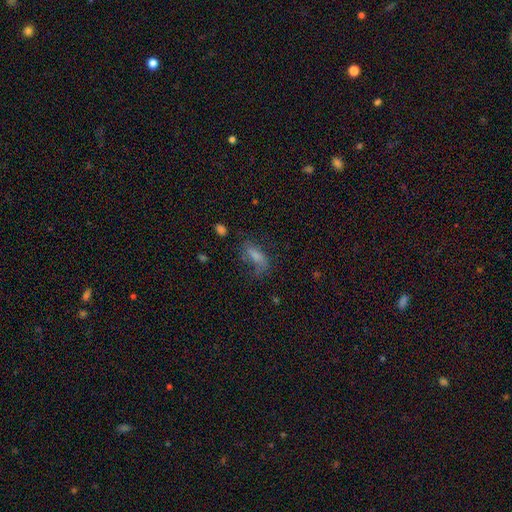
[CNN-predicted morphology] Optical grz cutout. It shows a smooth galaxy with no disk features (50%) that is in between round and cigar-shaped (66%). Merging: none (49%).